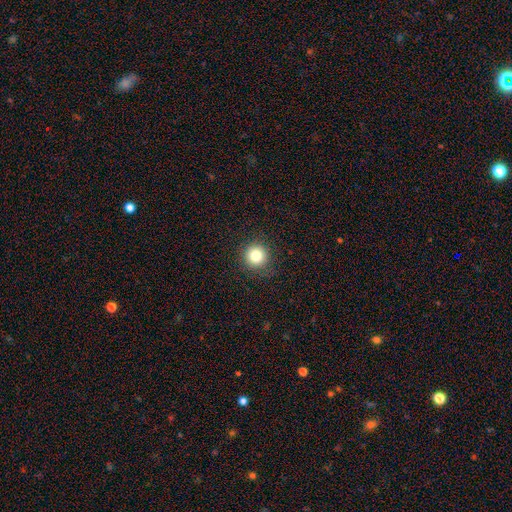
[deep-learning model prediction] smooth_or_featured: smooth (p=0.81) [alt: star or artifact p=0.12]
how_rounded: round (p=0.95) [alt: in between p=0.04]
merging: none (p=0.90) [alt: minor disturbance p=0.07]